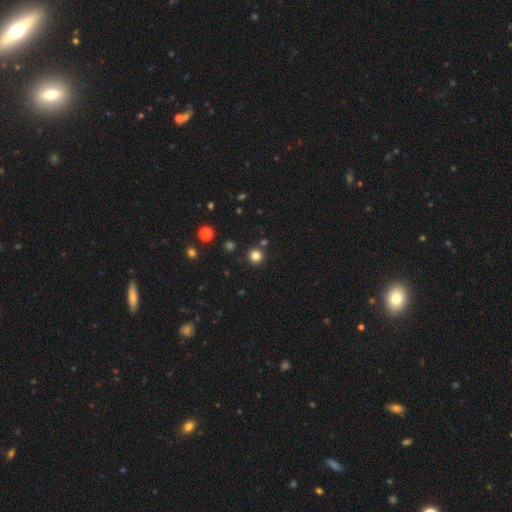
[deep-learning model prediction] Overall: smooth (82%). How rounded: round (95%). Merging: none (88%).